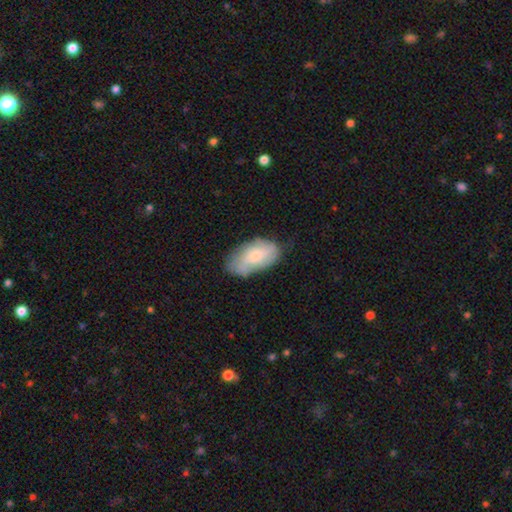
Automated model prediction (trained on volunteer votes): Smooth or featured: smooth — 66% (featured or disk — 27%)
How rounded: in between — 94% (round — 3%)
Merging: none — 59% (minor disturbance — 31%)